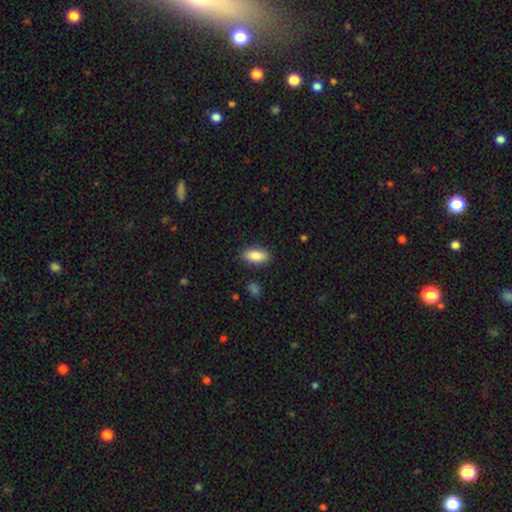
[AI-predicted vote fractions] smooth 88%, star or artifact 7%, featured or disk 6%. Down the decision tree: how rounded — in between (88%); merging — none (87%).